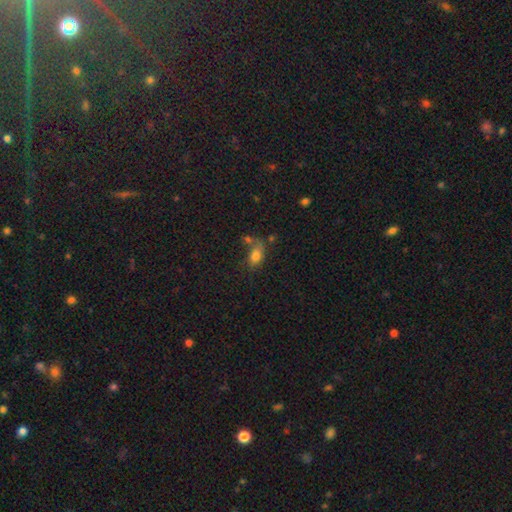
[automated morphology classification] This appears to be a smooth galaxy with no disk features (75%) that is in between round and cigar-shaped (84%). Merging: none (41%).